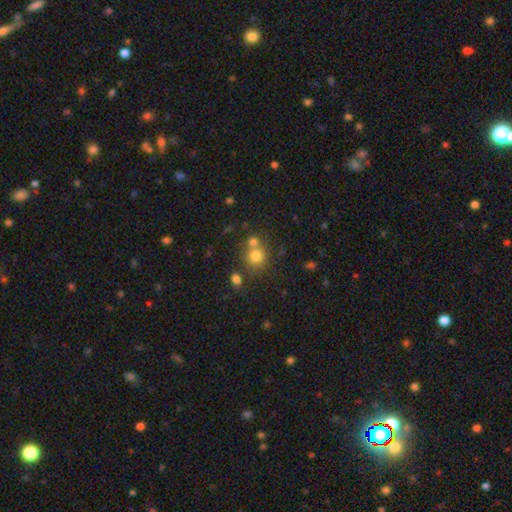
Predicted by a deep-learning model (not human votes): Smooth or featured? smooth (77%)
How rounded? round (85%)
Merging? none (55%)